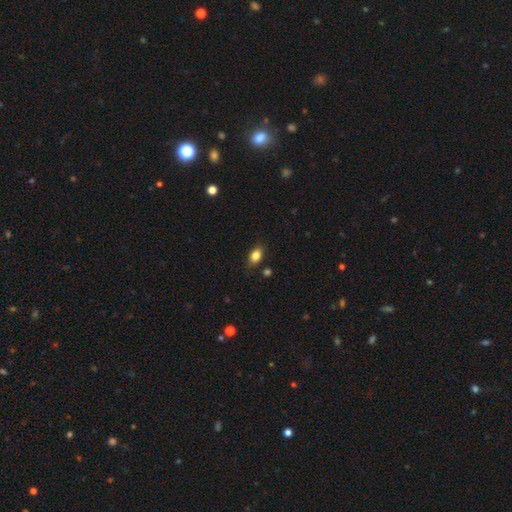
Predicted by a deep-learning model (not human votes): Smooth or featured: smooth — 83% (star or artifact — 9%)
How rounded: in between — 82% (round — 15%)
Merging: none — 83% (minor disturbance — 13%)